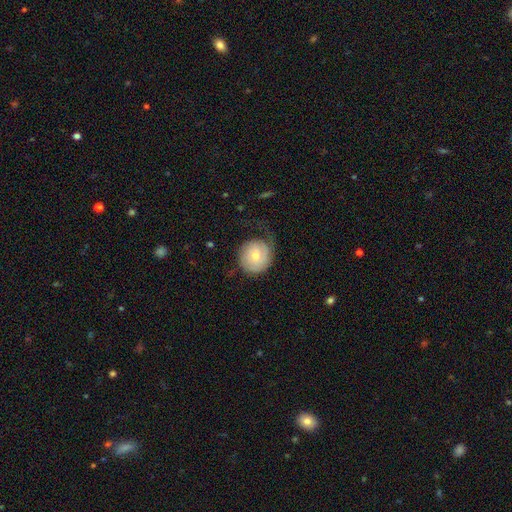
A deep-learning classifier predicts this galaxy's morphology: This is possibly a featured or disk galaxy (47%, tied with smooth). Merging: possibly none (52%).